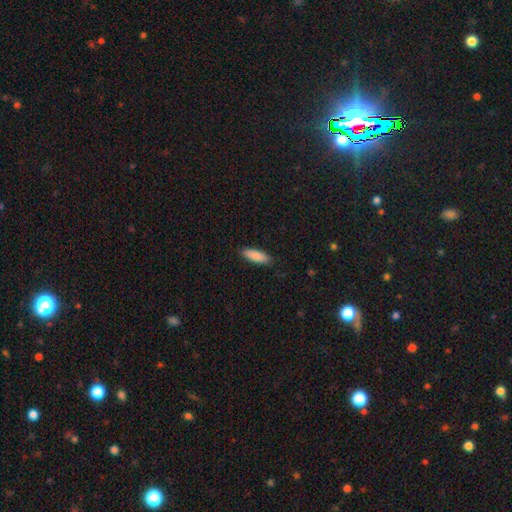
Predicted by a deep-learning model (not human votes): smooth 87%, featured or disk 7%, star or artifact 6%. Down the decision tree: how rounded — in between (59%); merging — none (85%).